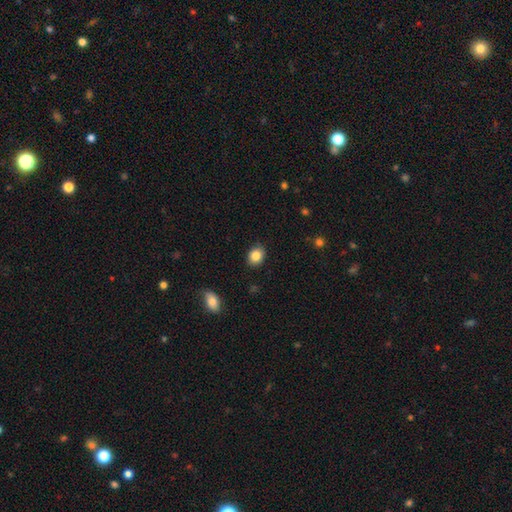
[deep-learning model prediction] Morphology: type=smooth (85%); roundness=in between (51%); merging=none (88%).